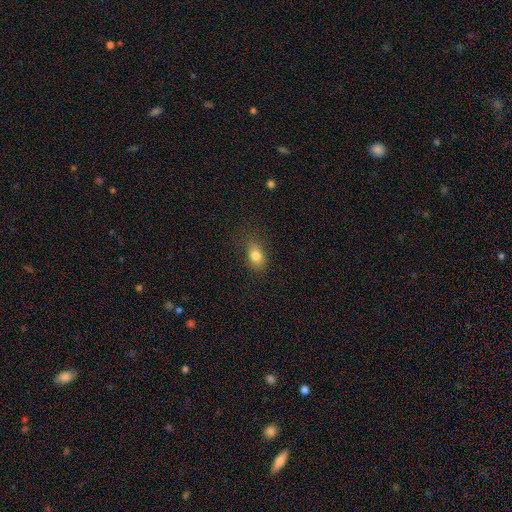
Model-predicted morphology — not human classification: Q: Smooth or featured?
A: smooth (81%); runner-up: star or artifact (10%)
Q: How rounded?
A: in between (80%); runner-up: round (18%)
Q: Merging?
A: none (75%); runner-up: minor disturbance (18%)